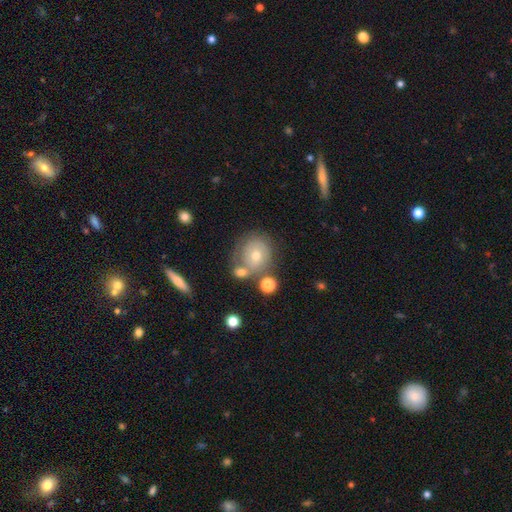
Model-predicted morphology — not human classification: Smooth or featured: smooth — 58% (featured or disk — 32%)
How rounded: round — 76% (in between — 23%)
Merging: none — 53% (merger — 23%)